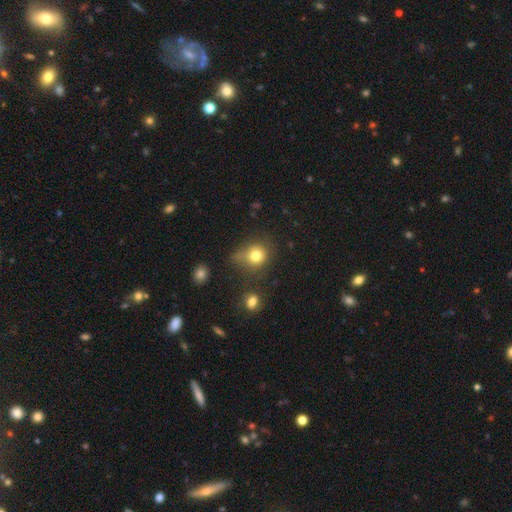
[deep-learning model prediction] smooth-or-featured: smooth: 78% | star or artifact: 13% | featured or disk: 9%
  how-rounded: round: 76% | in between: 23% | cigar-shaped: 1%
  merging: none: 52% | minor disturbance: 26% | major disturbance: 13% | merger: 9%